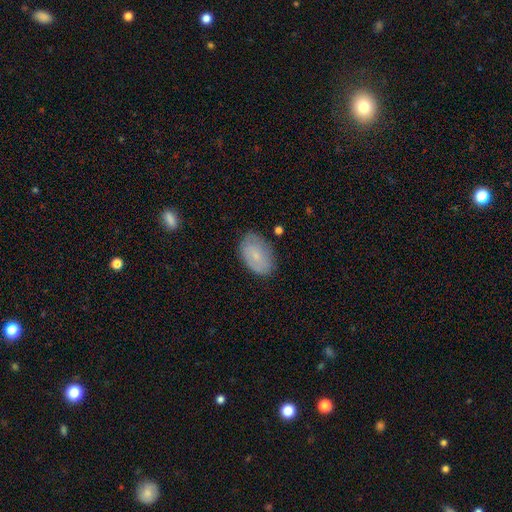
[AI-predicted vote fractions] Smooth or featured?
  - smooth: 63% *
  - featured or disk: 30%
  - star or artifact: 7%
How rounded?
  - in between: 89% *
  - round: 9%
  - cigar-shaped: 1%
Merging?
  - none: 75% *
  - minor disturbance: 19%
  - major disturbance: 4%
  - merger: 2%